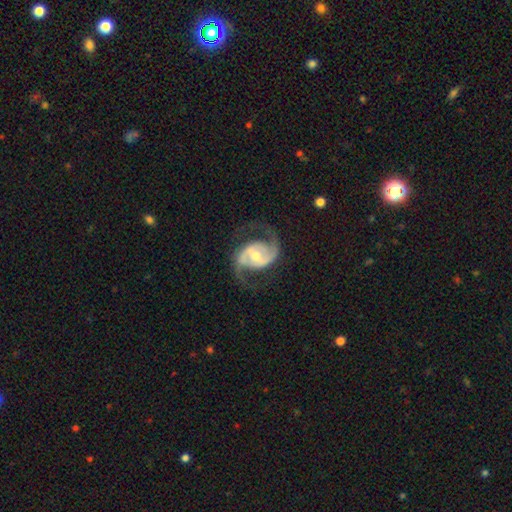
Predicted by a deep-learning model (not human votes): Smooth or featured: featured or disk — 91% (smooth — 5%)
Edge-on disk: no — 98% (yes — 2%)
Bar: weak — 44% (no — 31%)
Spiral arms: yes — 97% (no — 3%)
Spiral winding: medium — 54% (loose — 32%)
Spiral arm count: 2 — 93% (can't tell — 2%)
Bulge size: moderate — 67% (small — 26%)
Merging: none — 76% (minor disturbance — 14%)